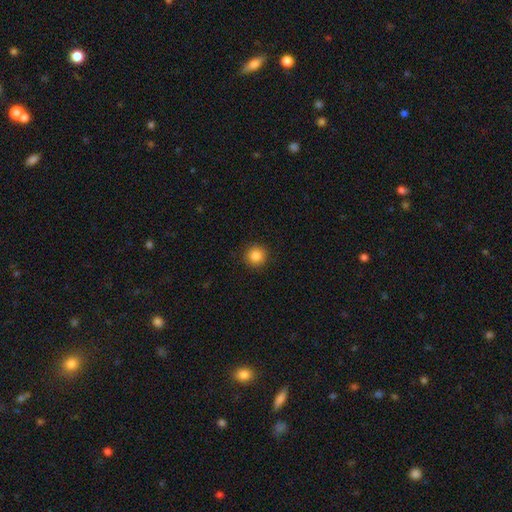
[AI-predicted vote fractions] Overall: smooth (86%). How rounded: round (94%). Merging: none (91%).